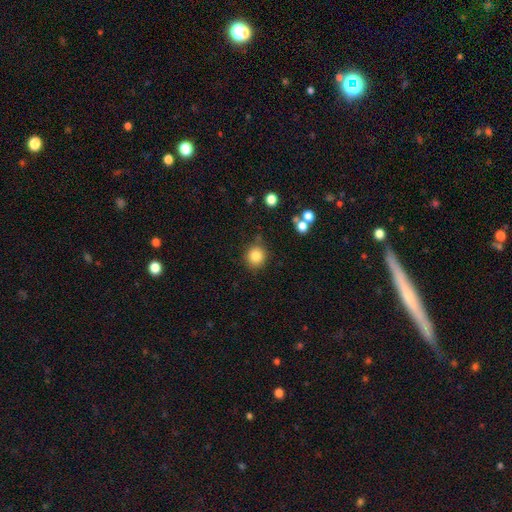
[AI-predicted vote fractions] smooth 84%, star or artifact 11%, featured or disk 5%. Down the decision tree: how rounded — round (90%); merging — none (80%).